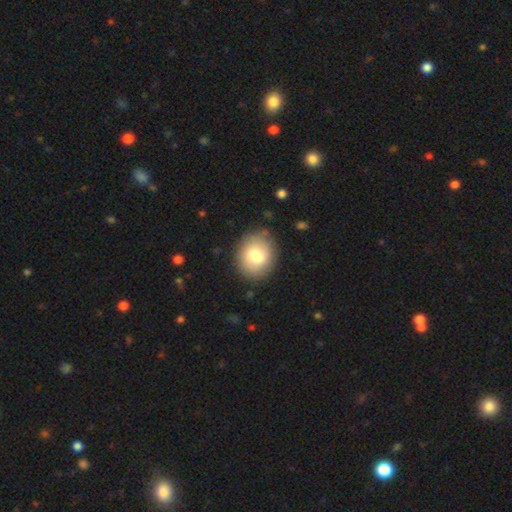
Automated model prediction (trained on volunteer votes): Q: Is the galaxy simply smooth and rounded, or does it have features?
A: smooth — 77%.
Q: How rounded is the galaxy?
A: round — 60%.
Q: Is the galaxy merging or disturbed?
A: none — 85%.